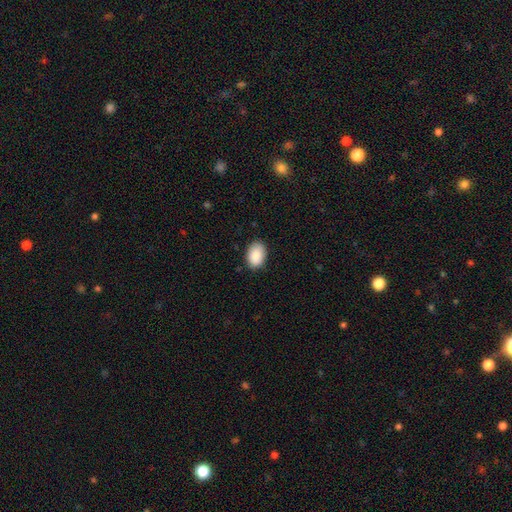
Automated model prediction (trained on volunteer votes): The model was most divided on "merging": none: 84%, minor disturbance: 13%, major disturbance: 2%, merger: 1%. More confident: smooth or featured — smooth (89%); how rounded — in between (86%).